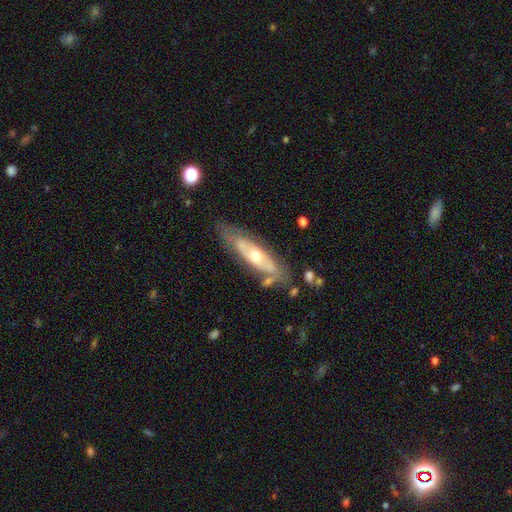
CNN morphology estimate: This appears to be a featured or disk galaxy (66%). Merging: none (70%).